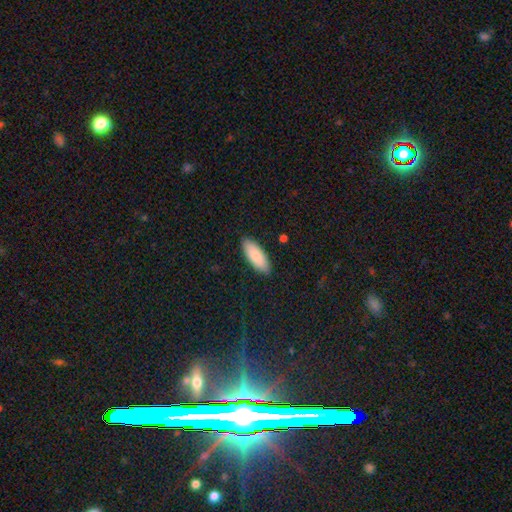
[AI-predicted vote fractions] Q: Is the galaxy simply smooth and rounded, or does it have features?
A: smooth — 87%.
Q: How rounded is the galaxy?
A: in between — 76%.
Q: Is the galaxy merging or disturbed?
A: none — 89%.